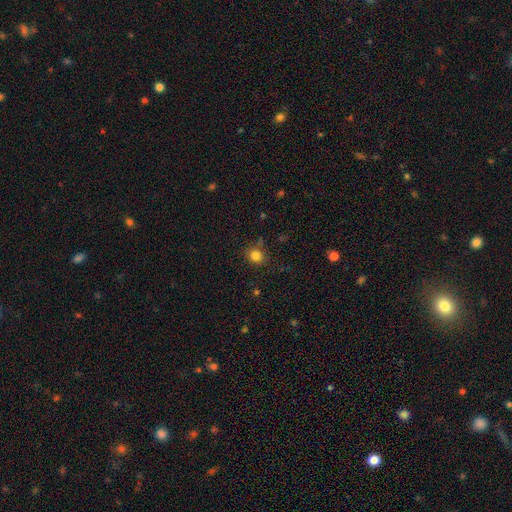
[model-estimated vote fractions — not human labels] Morphology: type=smooth (81%); roundness=round (78%); merging=none (81%).